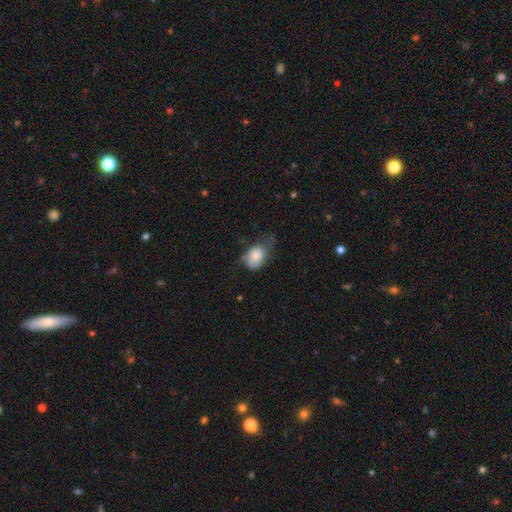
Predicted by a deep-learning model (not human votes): Smooth or featured? smooth (78%)
How rounded? in between (78%)
Merging? minor disturbance (39%)